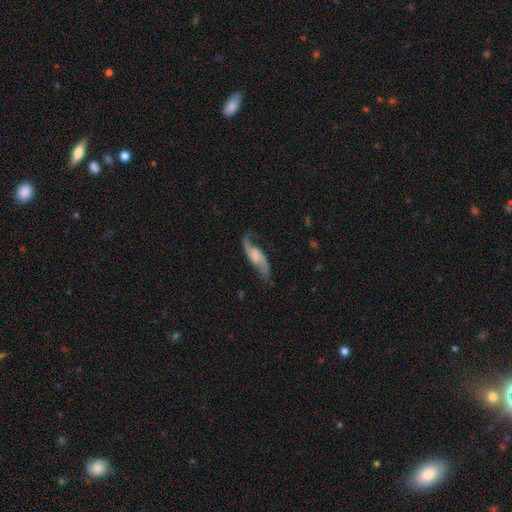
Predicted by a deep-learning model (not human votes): smooth-or-featured: featured or disk: 78% | smooth: 16% | star or artifact: 6%
  disk-edge-on: no: 90% | yes: 10%
    bar: no: 50% | weak: 37% | strong: 13%
    has-spiral-arms: yes: 95% | no: 5%
      spiral-winding: loose: 72% | medium: 22% | tight: 6%
      spiral-arm-count: 2: 90% | 1: 4% | can't tell: 3% | 3: 1% | 4: 1% | more than 4: 1%
    bulge-size: none: 40% | small: 26% | moderate: 21% | large: 10% | dominant: 2%
  merging: none: 68% | minor disturbance: 19% | major disturbance: 11% | merger: 2%